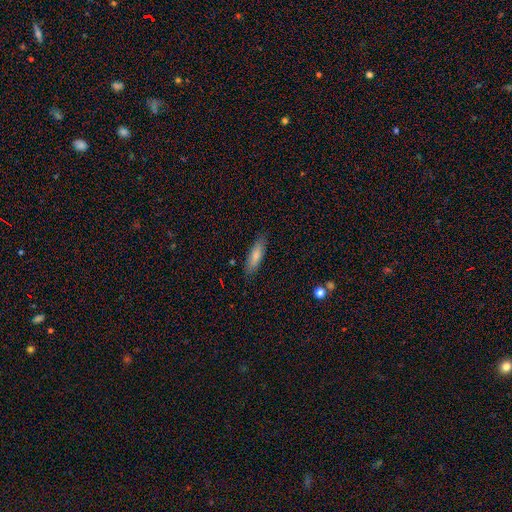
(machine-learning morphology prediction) Smooth or featured: smooth — 79% (featured or disk — 15%)
How rounded: cigar-shaped — 54% (in between — 44%)
Merging: none — 85% (minor disturbance — 11%)